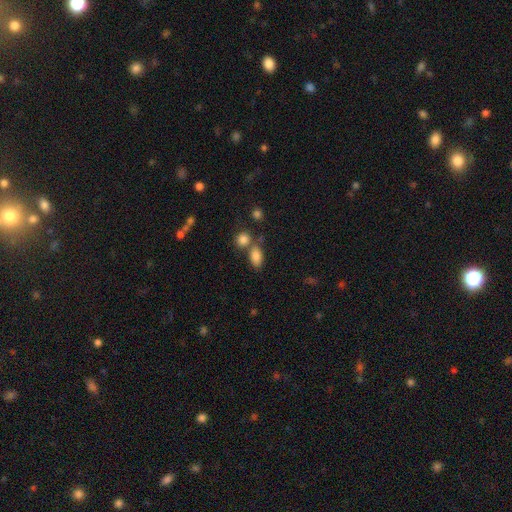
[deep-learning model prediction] Overall: smooth (84%). How rounded: in between (87%). Merging: none (54%; merger 28%).